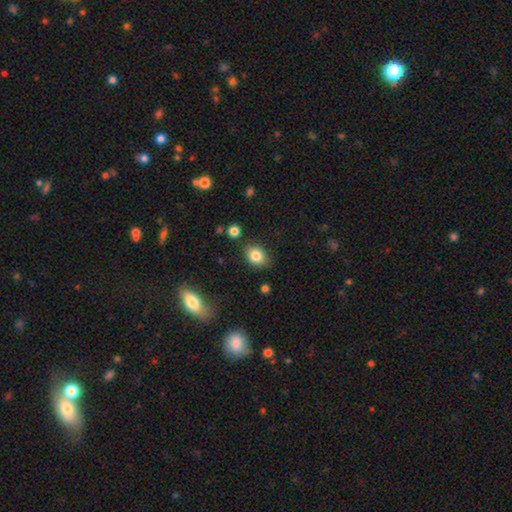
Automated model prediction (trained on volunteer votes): Smooth or featured: smooth — 83% (star or artifact — 10%)
How rounded: in between — 63% (round — 36%)
Merging: none — 80% (minor disturbance — 14%)